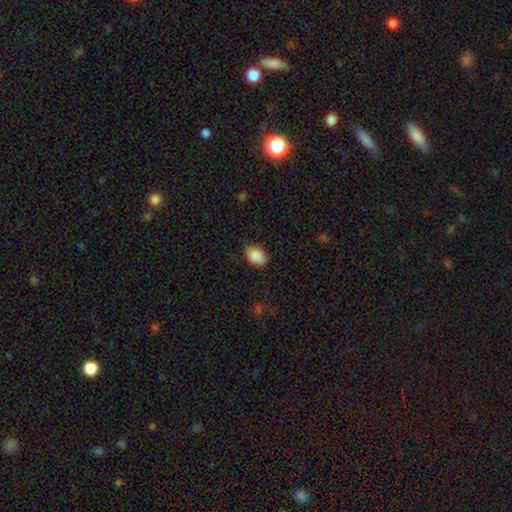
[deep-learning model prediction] This is clearly a smooth galaxy (90%). How rounded: clearly in between (83%). Merging: likely none (80%).